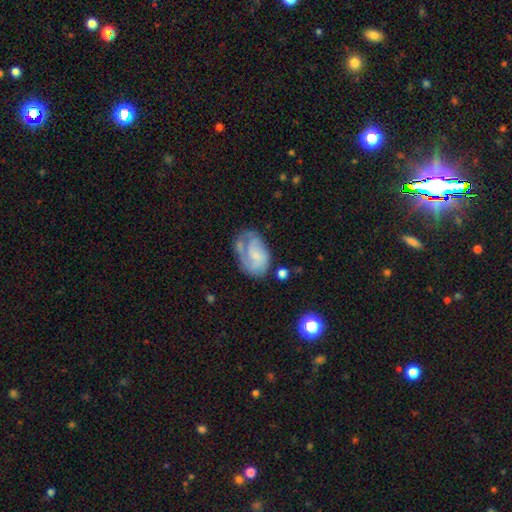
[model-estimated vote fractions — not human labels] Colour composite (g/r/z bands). It shows a featured or disk galaxy (56%) with no bar (64%), spiral arms (76%) and no central bulge (40%). Merging: none (43%).